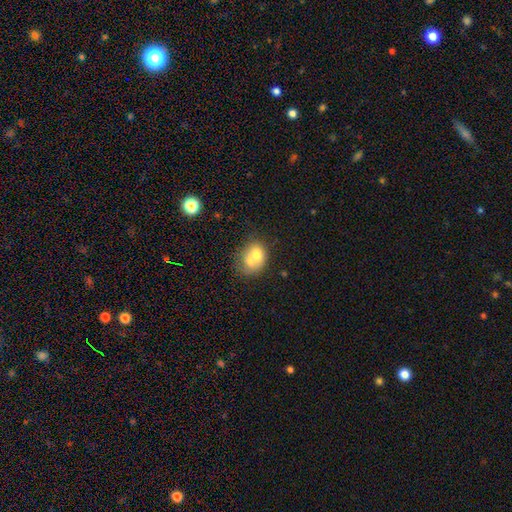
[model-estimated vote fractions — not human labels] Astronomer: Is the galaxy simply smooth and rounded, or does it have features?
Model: smooth — 66%.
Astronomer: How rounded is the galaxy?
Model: in between — 52% (runner-up: round, 47%).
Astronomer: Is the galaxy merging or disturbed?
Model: merger — 62%.